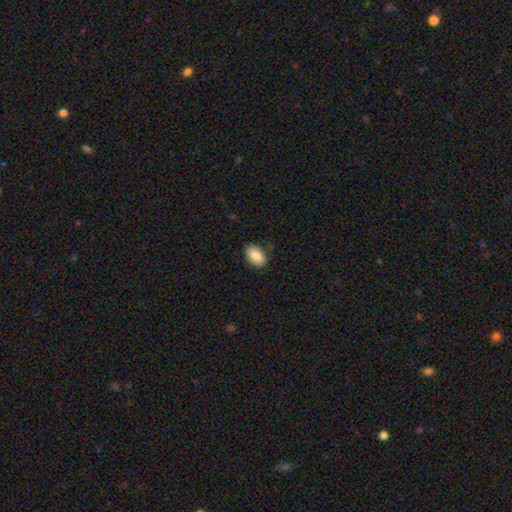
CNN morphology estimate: Smooth or featured: smooth — 88% (star or artifact — 7%)
How rounded: in between — 91% (round — 8%)
Merging: none — 84% (minor disturbance — 12%)